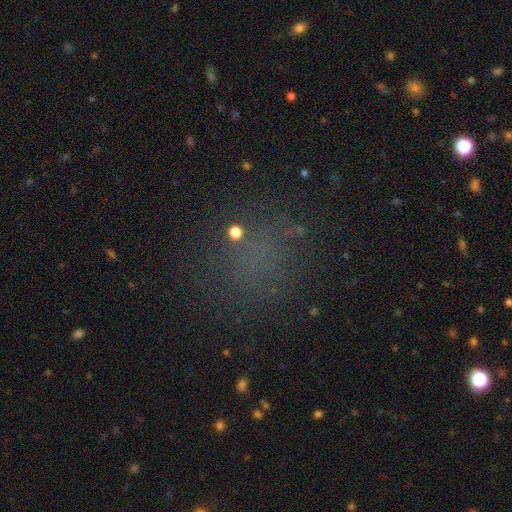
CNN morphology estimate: smooth-or-featured: smooth: 49% | star or artifact: 40% | featured or disk: 11%
  merging: none: 78% | minor disturbance: 11% | major disturbance: 8% | merger: 3%